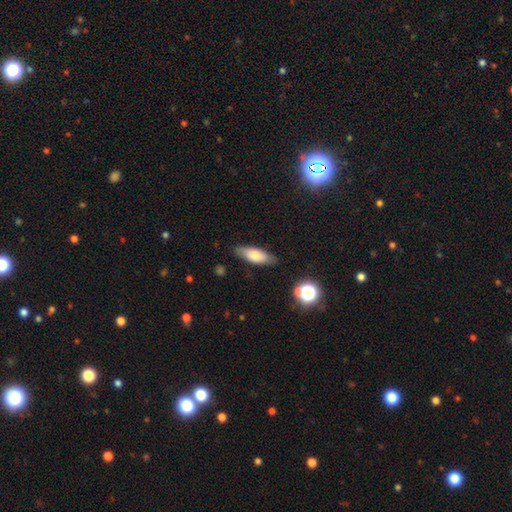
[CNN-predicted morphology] Smooth or featured: smooth — 73% (featured or disk — 20%)
How rounded: in between — 69% (cigar-shaped — 29%)
Merging: none — 81% (minor disturbance — 15%)